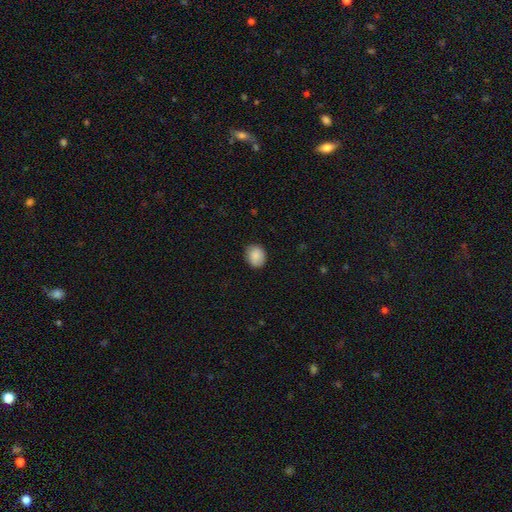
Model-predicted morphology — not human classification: smooth_or_featured: smooth (p=0.87) [alt: star or artifact p=0.08]
how_rounded: round (p=0.53) [alt: in between p=0.46]
merging: none (p=0.85) [alt: minor disturbance p=0.11]